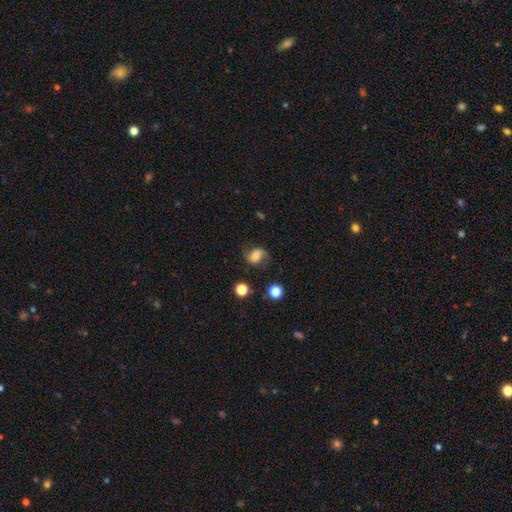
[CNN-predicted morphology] A featured or disk galaxy (51%).

Vote fractions:
- Smooth or featured? featured or disk: 51% / smooth: 37% / star or artifact: 11%
- Edge-on disk? no: 97% / yes: 3%
- Merging? none: 70% / minor disturbance: 19% / major disturbance: 9% / merger: 2%